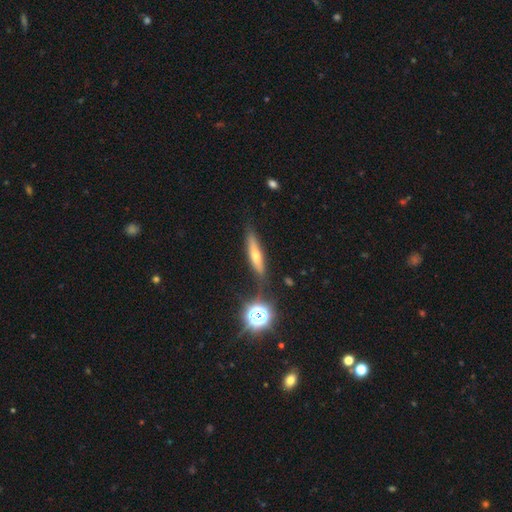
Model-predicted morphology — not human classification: Overall: featured or disk (46%; smooth 38%). Merging: none (82%).